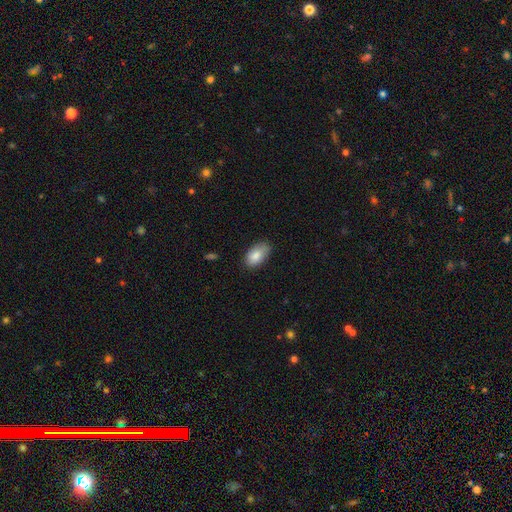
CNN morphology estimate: Smooth or featured? smooth (85%)
How rounded? in between (93%)
Merging? none (70%)